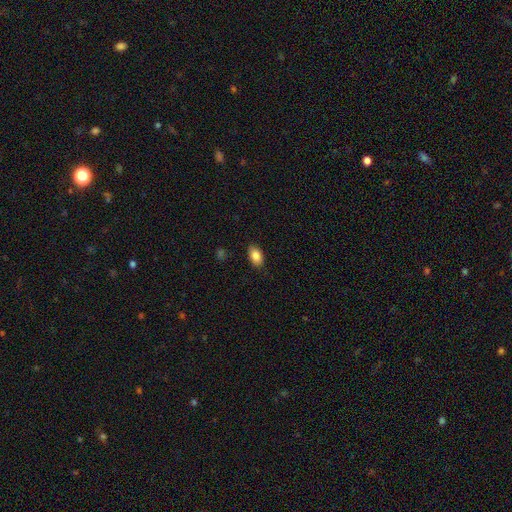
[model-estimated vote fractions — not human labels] smooth_or_featured: smooth (p=0.87) [alt: star or artifact p=0.08]
how_rounded: in between (p=0.91) [alt: round p=0.08]
merging: none (p=0.87) [alt: minor disturbance p=0.10]